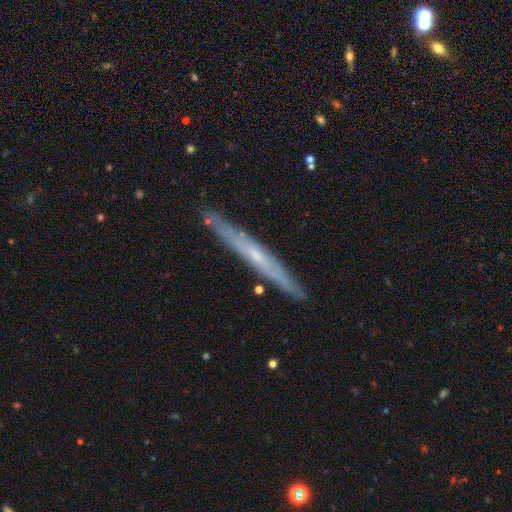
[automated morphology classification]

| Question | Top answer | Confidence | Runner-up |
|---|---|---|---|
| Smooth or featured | featured or disk | 66% | smooth (27%) |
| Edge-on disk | yes | 92% | no (8%) |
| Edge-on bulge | none | 60% | rounded (37%) |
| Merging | none | 89% | minor disturbance (9%) |